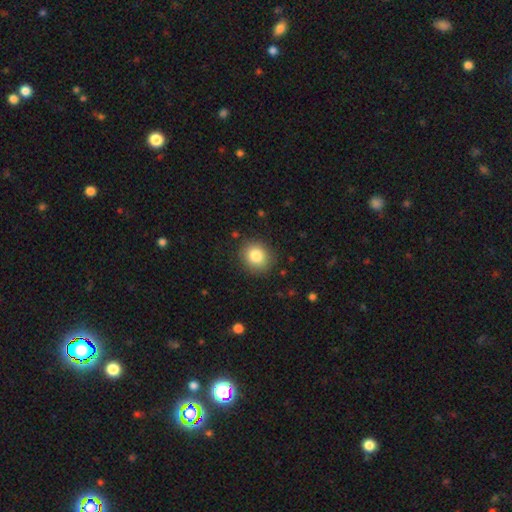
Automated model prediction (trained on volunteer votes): A smooth galaxy with no disk features (83%) that is round (78%).

Vote fractions:
- Smooth or featured? smooth: 83% / star or artifact: 10% / featured or disk: 7%
- How rounded? round: 78% / in between: 22% / cigar-shaped: 1%
- Merging? none: 87% / minor disturbance: 9% / major disturbance: 3% / merger: 1%